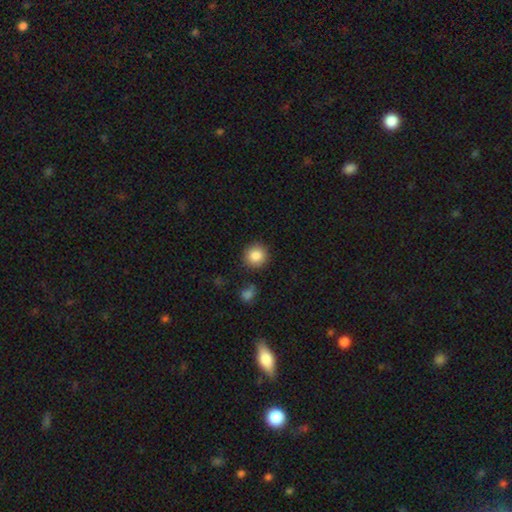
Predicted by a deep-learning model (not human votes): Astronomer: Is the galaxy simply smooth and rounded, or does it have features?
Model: smooth — 86%.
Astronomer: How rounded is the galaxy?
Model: round — 92%.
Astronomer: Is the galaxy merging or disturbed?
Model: none — 88%.